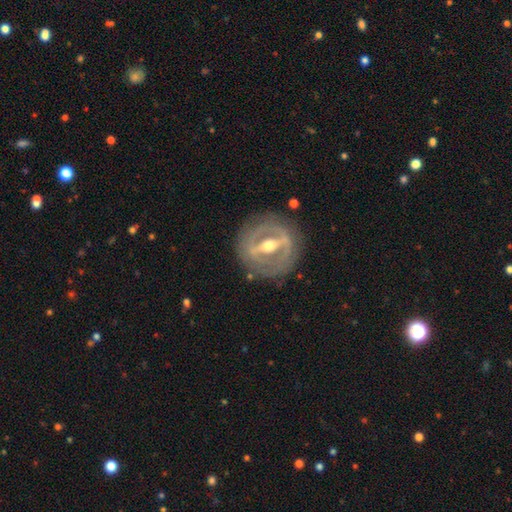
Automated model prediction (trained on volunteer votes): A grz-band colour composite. It shows a featured or disk galaxy (72%) with a strong bar (58%), spiral arms (63%) and a moderate central bulge (48%). Merging: none (81%).